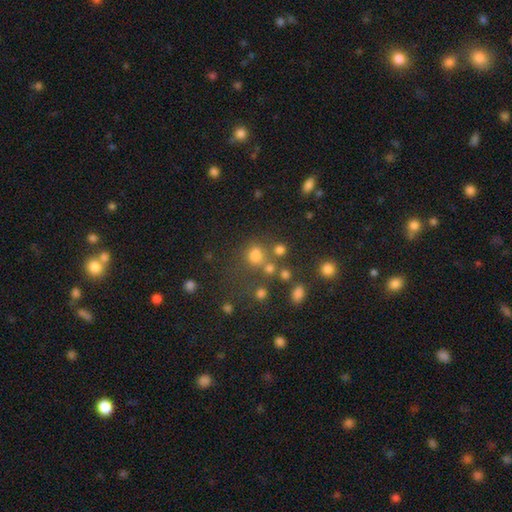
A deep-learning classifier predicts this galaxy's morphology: Overall: smooth (71%). How rounded: round (75%). Merging: none (60%; merger 20%).